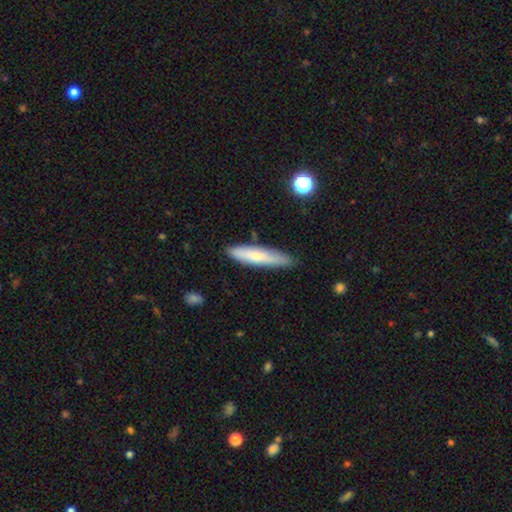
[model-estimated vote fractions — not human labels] The model was most divided on "smooth or featured": smooth: 65%, featured or disk: 29%, star or artifact: 6%. More confident: how rounded — cigar-shaped (82%); merging — none (79%).